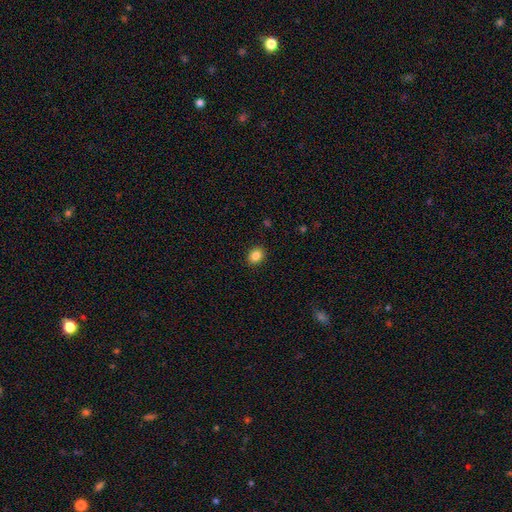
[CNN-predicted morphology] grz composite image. It shows a smooth galaxy with no disk features (86%) that is in between round and cigar-shaped (50%). Merging: none (90%).